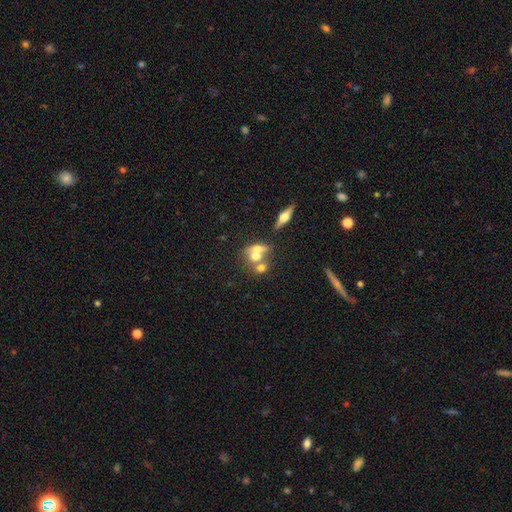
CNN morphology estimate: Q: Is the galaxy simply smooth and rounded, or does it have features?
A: smooth — 55%.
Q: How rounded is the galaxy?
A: round — 57%.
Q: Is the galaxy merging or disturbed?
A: merger — 60%.